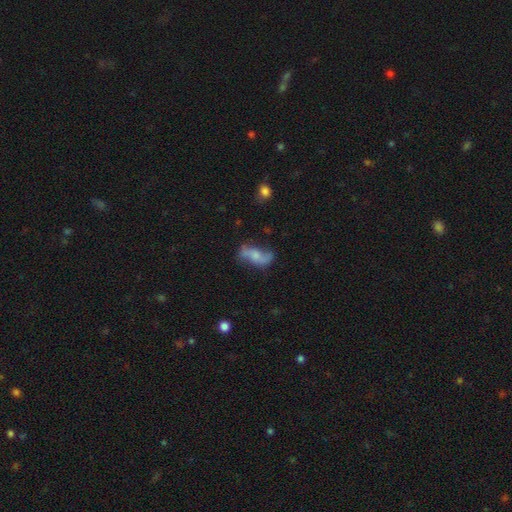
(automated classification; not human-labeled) Smooth or featured? Predicted: featured or disk (p=0.57). Edge-on disk? Predicted: no (p=0.91). Bar? Predicted: no (p=0.60). Spiral arms? Predicted: yes (p=0.84). Bulge size? Predicted: moderate (p=0.30, tied with small). Merging? Predicted: none (p=0.59).